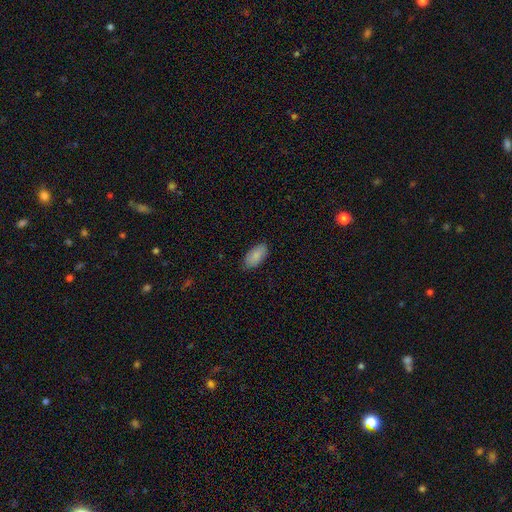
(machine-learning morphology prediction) Smooth or featured?
  - smooth: 87% *
  - featured or disk: 7%
  - star or artifact: 6%
How rounded?
  - in between: 94% *
  - cigar-shaped: 4%
  - round: 2%
Merging?
  - none: 85% *
  - minor disturbance: 11%
  - major disturbance: 2%
  - merger: 1%